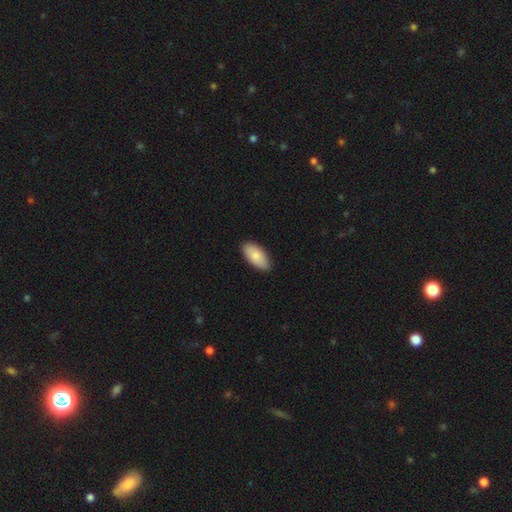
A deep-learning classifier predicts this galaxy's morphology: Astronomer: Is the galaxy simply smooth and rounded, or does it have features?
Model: smooth — 83%.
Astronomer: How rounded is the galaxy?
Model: in between — 93%.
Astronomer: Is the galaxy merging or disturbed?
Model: none — 87%.